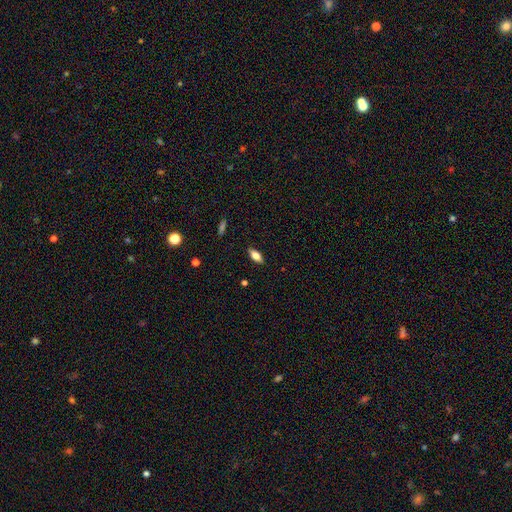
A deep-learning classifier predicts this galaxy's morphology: This appears to be a smooth galaxy with no disk features (72%) that is in between round and cigar-shaped (81%). Merging: none (88%).